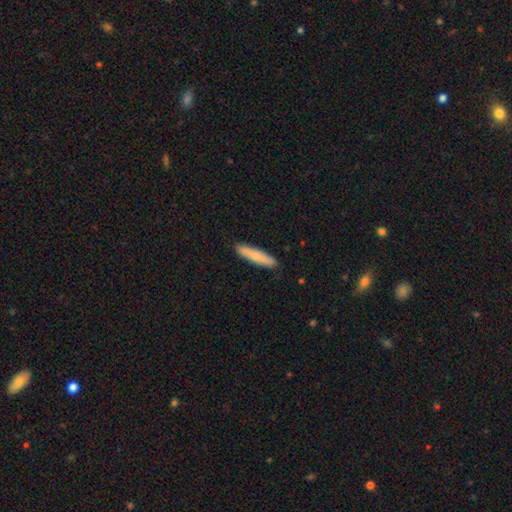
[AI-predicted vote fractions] A smooth galaxy with no disk features (73%) that is cigar-shaped (85%). Merging: none (90%).